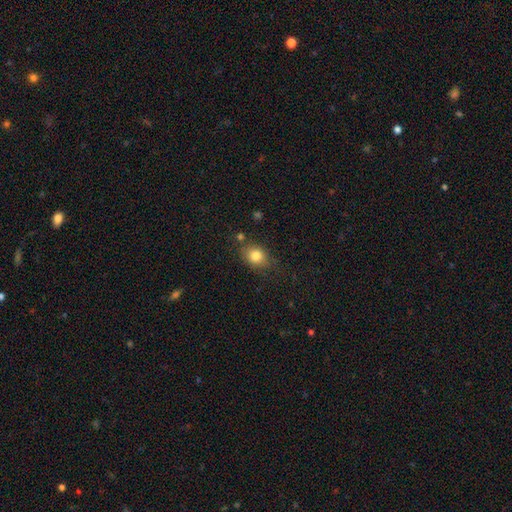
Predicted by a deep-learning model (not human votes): smooth-or-featured: smooth: 83% | star or artifact: 10% | featured or disk: 7%
  how-rounded: in between: 50% | round: 49% | cigar-shaped: 1%
  merging: none: 71% | minor disturbance: 19% | major disturbance: 5% | merger: 4%